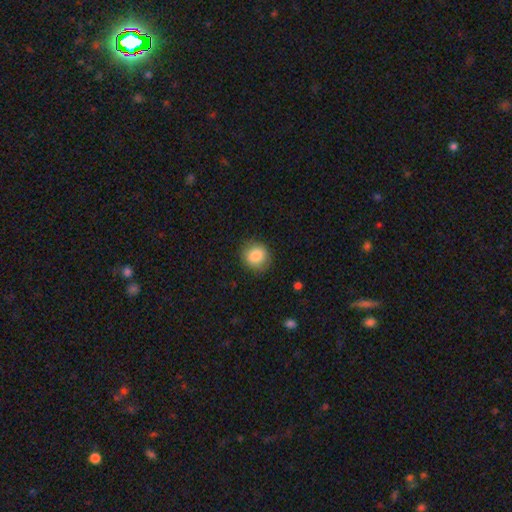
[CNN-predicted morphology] smooth-or-featured: smooth: 86% | star or artifact: 8% | featured or disk: 6%
  how-rounded: round: 84% | in between: 15% | cigar-shaped: 1%
  merging: none: 83% | minor disturbance: 12% | major disturbance: 3% | merger: 1%